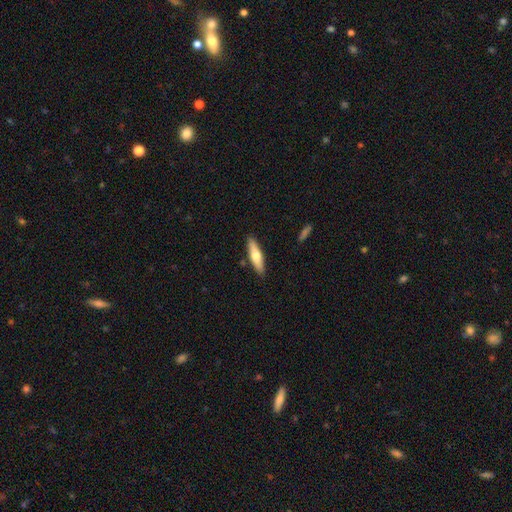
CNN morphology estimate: A smooth galaxy with no disk features (61%) that is cigar-shaped (69%).

Vote fractions:
- Smooth or featured? smooth: 61% / featured or disk: 34% / star or artifact: 5%
- How rounded? cigar-shaped: 69% / in between: 29% / round: 2%
- Merging? none: 87% / minor disturbance: 9% / merger: 2% / major disturbance: 2%